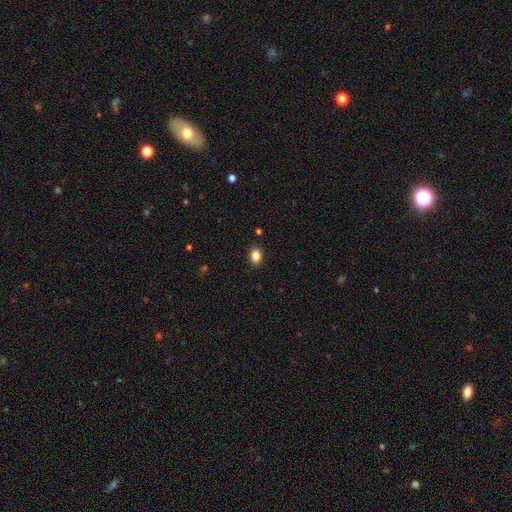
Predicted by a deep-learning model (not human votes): smooth-or-featured: smooth: 85% | star or artifact: 10% | featured or disk: 5%
  how-rounded: in between: 67% | round: 32% | cigar-shaped: 1%
  merging: none: 89% | minor disturbance: 8% | major disturbance: 2% | merger: 1%